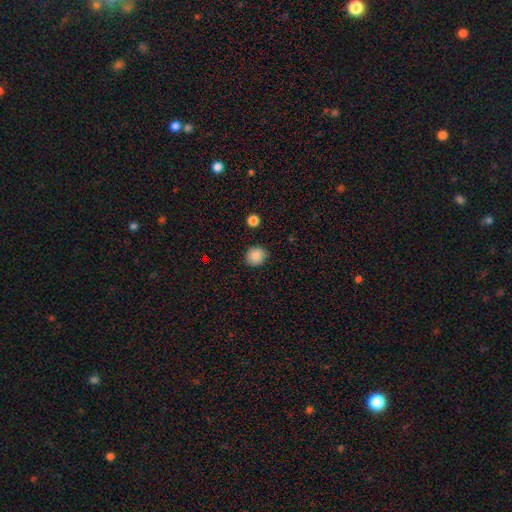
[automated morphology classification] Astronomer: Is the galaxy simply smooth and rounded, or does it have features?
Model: smooth — 86%.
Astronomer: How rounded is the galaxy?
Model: round — 86%.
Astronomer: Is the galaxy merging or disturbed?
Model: none — 85%.